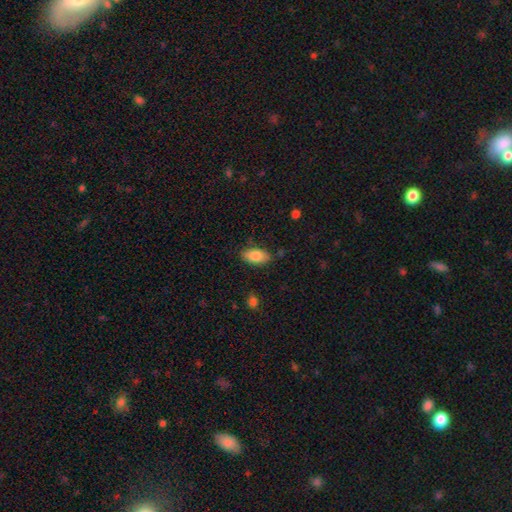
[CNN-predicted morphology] This appears to be a smooth galaxy with no disk features (84%) that is in between round and cigar-shaped (92%). Merging: none (79%).